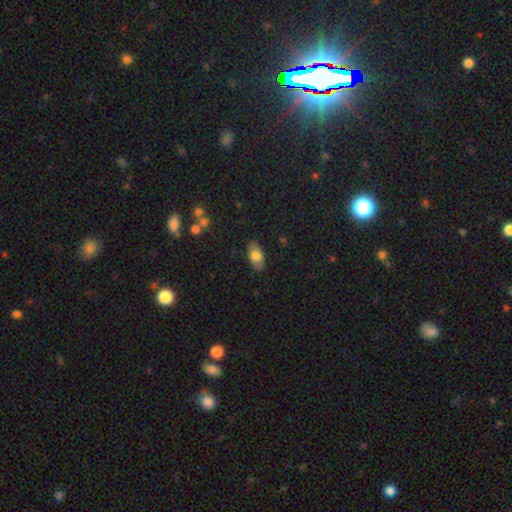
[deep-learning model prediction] Overall: smooth (75%). How rounded: in between (92%). Merging: none (85%).